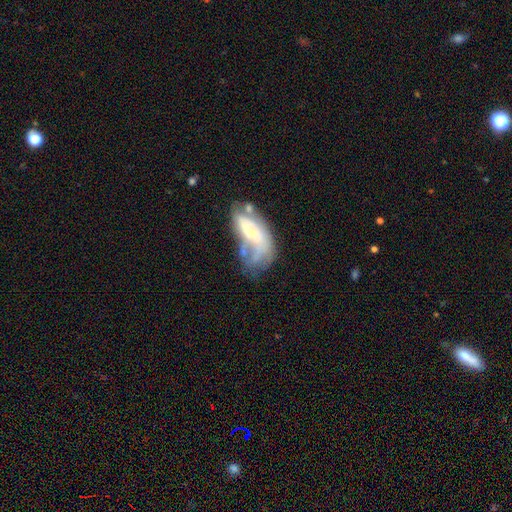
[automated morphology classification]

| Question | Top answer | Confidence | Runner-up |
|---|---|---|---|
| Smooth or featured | featured or disk | 57% | smooth (34%) |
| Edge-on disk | no | 91% | yes (9%) |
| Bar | no | 55% | weak (29%) |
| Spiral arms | no | 51% | yes (49%) |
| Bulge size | small | 56% | moderate (34%) |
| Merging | major disturbance | 32% | none (27%) |